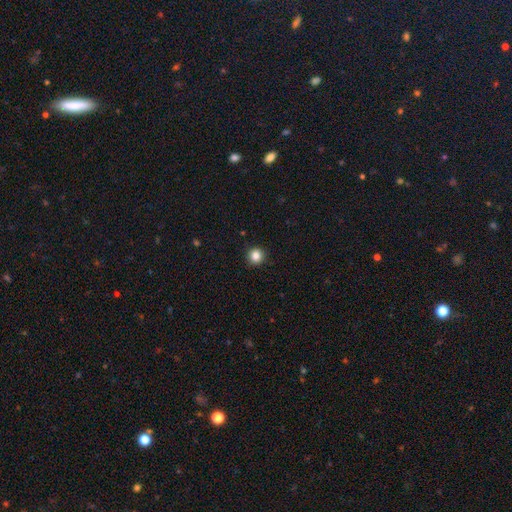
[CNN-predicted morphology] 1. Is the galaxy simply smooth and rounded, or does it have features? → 84% smooth, 11% star or artifact, 5% featured or disk.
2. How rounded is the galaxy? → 95% round, 4% in between, 1% cigar-shaped.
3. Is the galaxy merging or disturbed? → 93% none, 5% minor disturbance, 2% major disturbance, 1% merger.